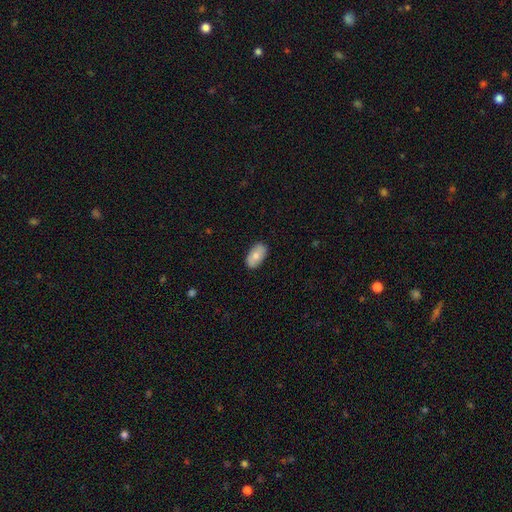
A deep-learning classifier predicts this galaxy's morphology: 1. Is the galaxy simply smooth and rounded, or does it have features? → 73% smooth, 21% featured or disk, 6% star or artifact.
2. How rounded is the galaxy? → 94% in between, 5% round, 2% cigar-shaped.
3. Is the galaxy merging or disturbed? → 86% none, 11% minor disturbance, 2% major disturbance, 1% merger.